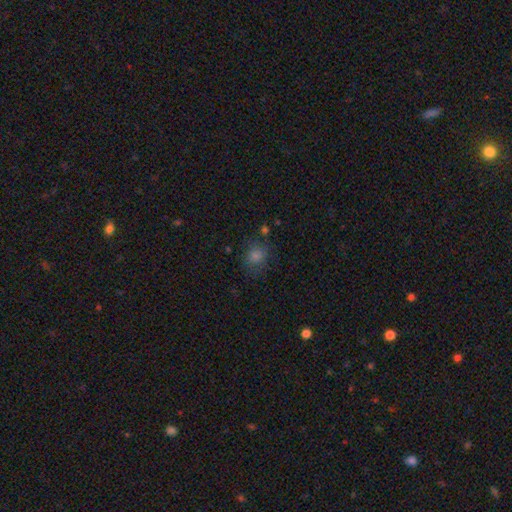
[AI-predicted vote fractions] This is likely a smooth galaxy (70%). How rounded: likely round (68%). Merging: likely none (75%).